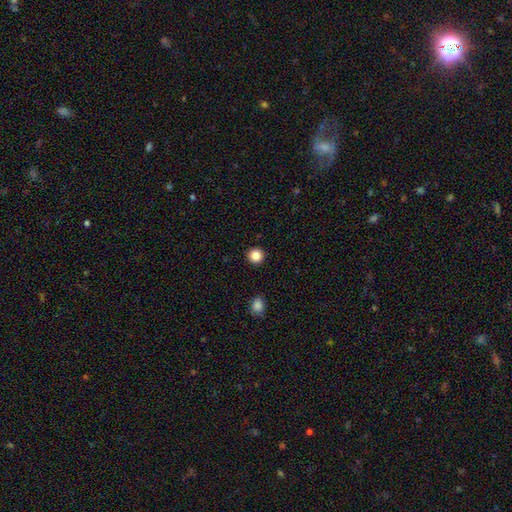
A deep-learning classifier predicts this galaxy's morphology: The model was most divided on "smooth or featured": smooth: 85%, star or artifact: 11%, featured or disk: 4%. More confident: how rounded — round (95%); merging — none (93%).